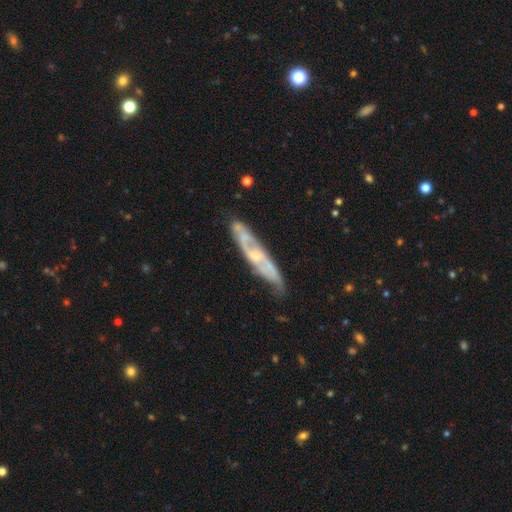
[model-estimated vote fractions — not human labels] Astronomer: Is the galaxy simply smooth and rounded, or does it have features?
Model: featured or disk — 79%.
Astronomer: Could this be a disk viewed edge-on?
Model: no — 66%.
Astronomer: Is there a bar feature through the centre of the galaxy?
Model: no — 55% (runner-up: weak, 35%).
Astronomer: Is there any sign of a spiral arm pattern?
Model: yes — 91%.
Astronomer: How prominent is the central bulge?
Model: small — 60%.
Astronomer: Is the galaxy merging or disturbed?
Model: none — 71%.